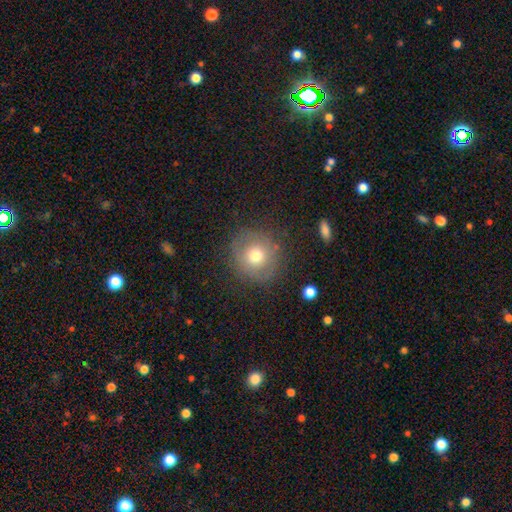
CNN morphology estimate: The model was most divided on "smooth or featured": smooth: 68%, featured or disk: 19%, star or artifact: 12%. More confident: how rounded — round (92%); merging — none (81%).